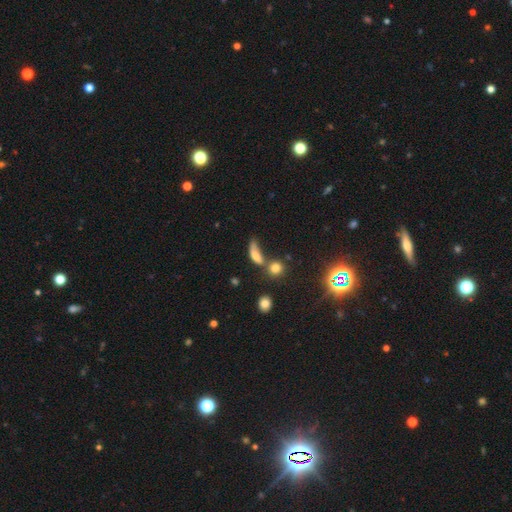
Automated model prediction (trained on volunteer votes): Smooth or featured? smooth (67%)
How rounded? in between (61%)
Merging? merger (33%)